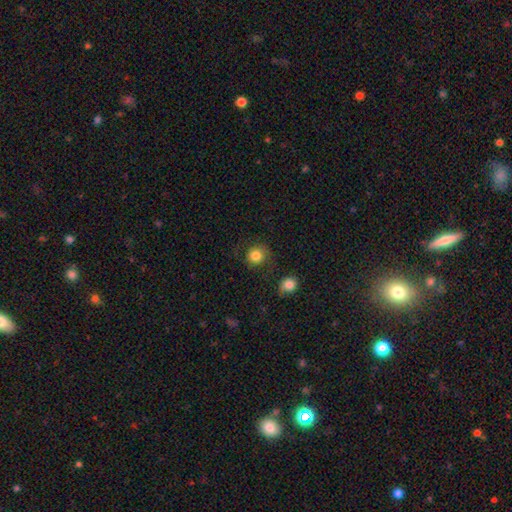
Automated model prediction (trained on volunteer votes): smooth 82%, star or artifact 10%, featured or disk 7%. Down the decision tree: how rounded — round (90%); merging — none (77%).